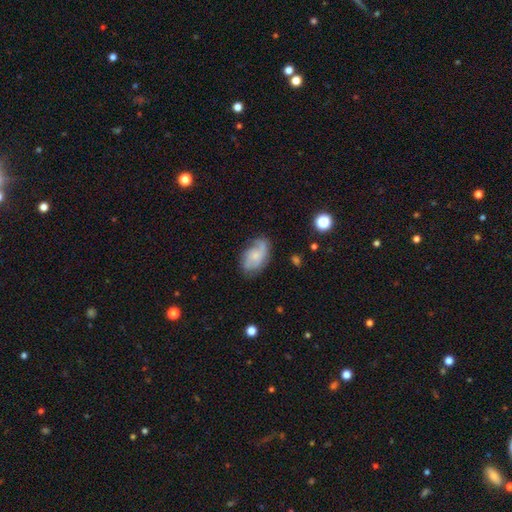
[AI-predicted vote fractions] smooth_or_featured: featured or disk (p=0.58) [alt: smooth p=0.35]
disk_edge_on: no (p=0.96) [alt: yes p=0.04]
bar: no (p=0.73) [alt: weak p=0.23]
has_spiral_arms: yes (p=0.85) [alt: no p=0.15]
bulge_size: small (p=0.65) [alt: moderate p=0.22]
merging: none (p=0.59) [alt: minor disturbance p=0.26]